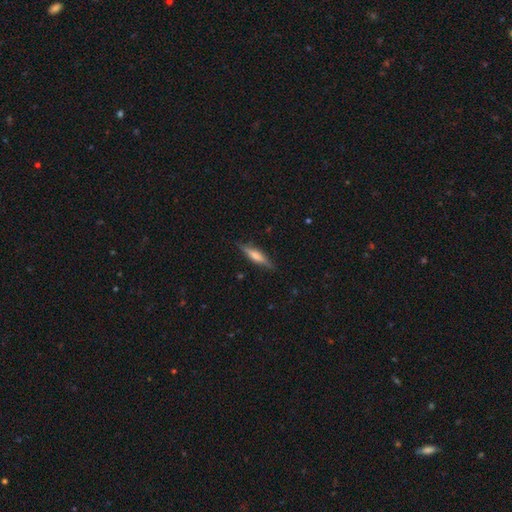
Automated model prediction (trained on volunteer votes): smooth 51%, featured or disk 43%, star or artifact 6%. Down the decision tree: how rounded — cigar-shaped (79%); merging — none (84%).